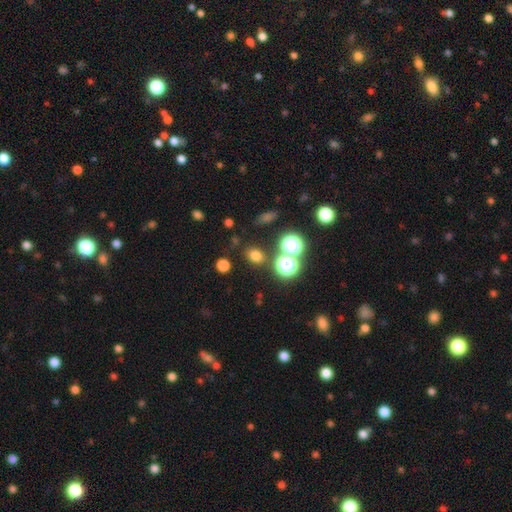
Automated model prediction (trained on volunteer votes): smooth 72%, star or artifact 22%, featured or disk 6%. Down the decision tree: how rounded — round (57%); merging — none (81%).